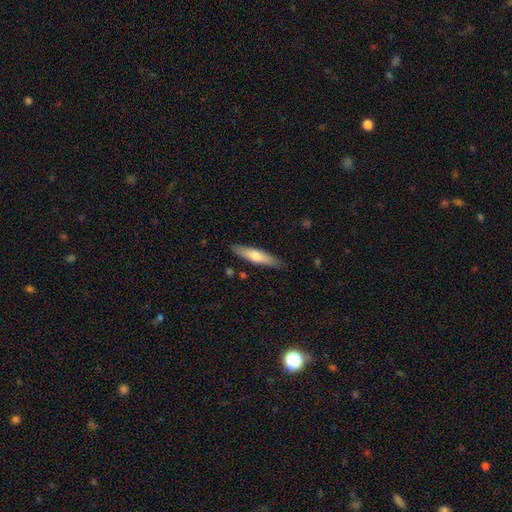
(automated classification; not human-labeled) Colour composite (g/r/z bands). It shows a smooth galaxy with no disk features (61%) that is cigar-shaped (81%). Merging: none (87%).